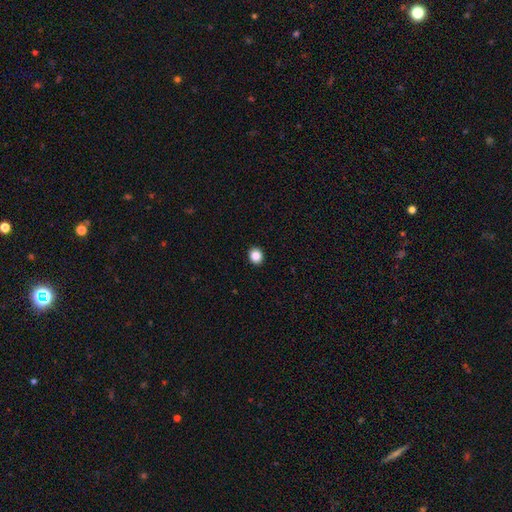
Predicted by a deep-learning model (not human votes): smooth_or_featured: smooth (p=0.86) [alt: star or artifact p=0.10]
how_rounded: round (p=0.73) [alt: in between p=0.26]
merging: none (p=0.93) [alt: minor disturbance p=0.05]